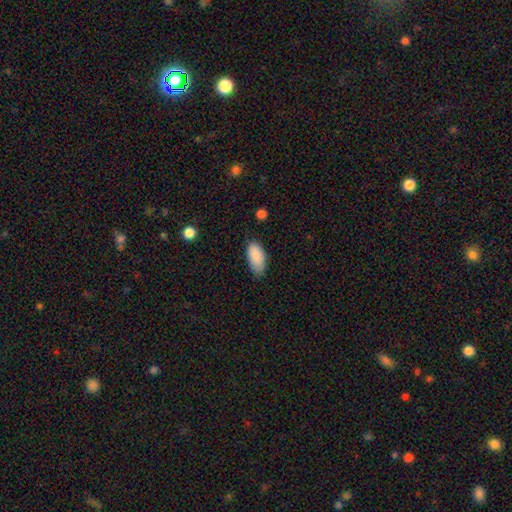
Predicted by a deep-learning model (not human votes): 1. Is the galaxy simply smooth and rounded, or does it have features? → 89% smooth, 6% star or artifact, 4% featured or disk.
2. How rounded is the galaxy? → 93% in between, 5% cigar-shaped, 2% round.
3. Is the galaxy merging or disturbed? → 76% none, 19% minor disturbance, 3% major disturbance, 1% merger.